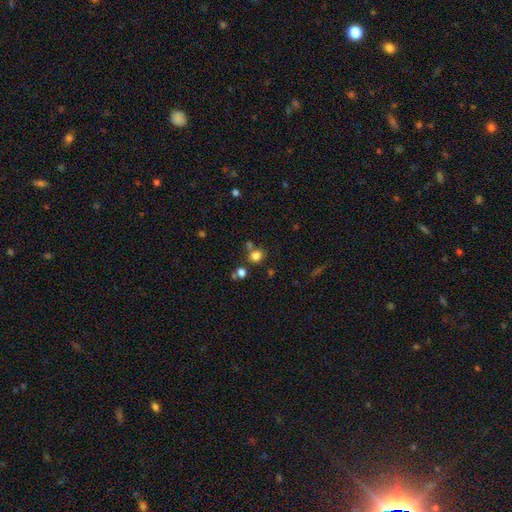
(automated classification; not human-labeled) Smooth or featured: smooth — 79% (star or artifact — 15%)
How rounded: round — 79% (in between — 20%)
Merging: none — 68% (merger — 18%)